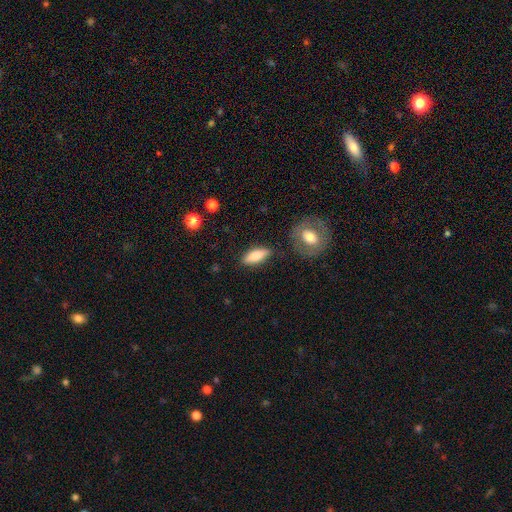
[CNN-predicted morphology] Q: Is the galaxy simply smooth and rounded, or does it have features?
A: smooth — 76%.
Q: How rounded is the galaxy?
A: in between — 66%.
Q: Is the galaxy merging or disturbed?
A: none — 83%.